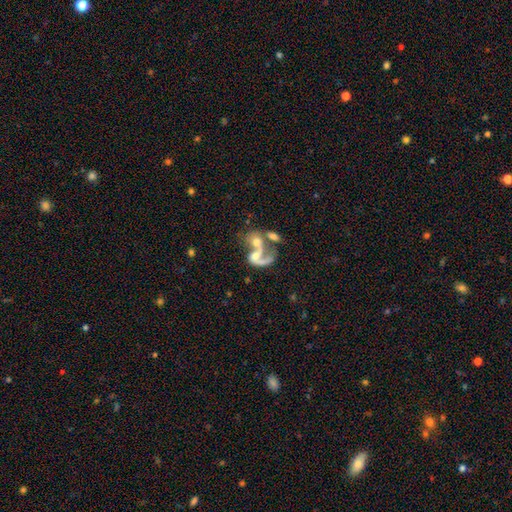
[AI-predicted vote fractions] Smooth or featured? featured or disk (66%)
Edge-on disk? no (97%)
Bar? no (67%)
Spiral arms? yes (74%)
Bulge size? moderate (46%)
Merging? merger (67%)